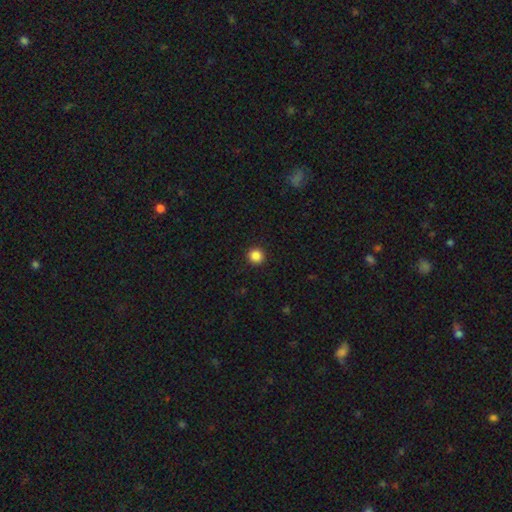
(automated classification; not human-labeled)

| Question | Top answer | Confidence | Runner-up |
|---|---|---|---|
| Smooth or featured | smooth | 86% | star or artifact (11%) |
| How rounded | round | 95% | in between (4%) |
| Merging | none | 93% | minor disturbance (4%) |